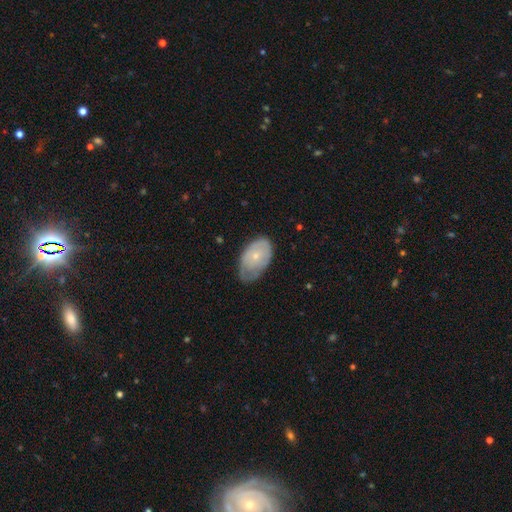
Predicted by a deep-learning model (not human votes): Morphology: type=smooth (53%); roundness=in between (90%); merging=none (51%).